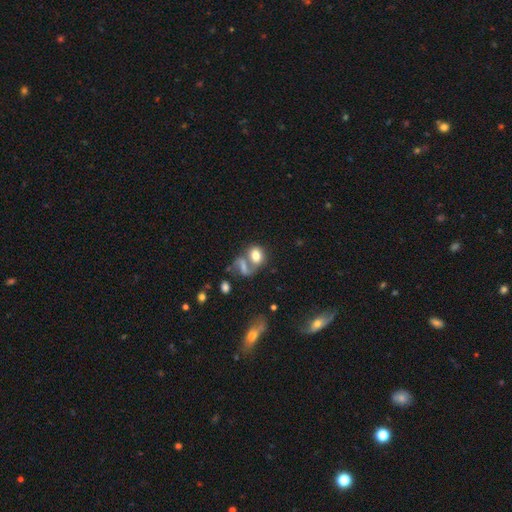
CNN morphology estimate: Smooth or featured? Predicted: smooth (p=0.70). How rounded? Predicted: in between (p=0.60). Merging? Predicted: merger (p=0.49).